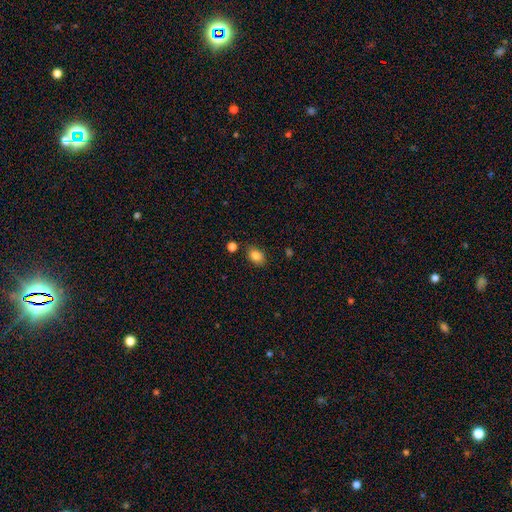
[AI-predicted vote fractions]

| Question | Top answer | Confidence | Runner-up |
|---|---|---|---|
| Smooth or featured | smooth | 84% | star or artifact (10%) |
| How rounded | in between | 71% | round (28%) |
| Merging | none | 81% | minor disturbance (12%) |